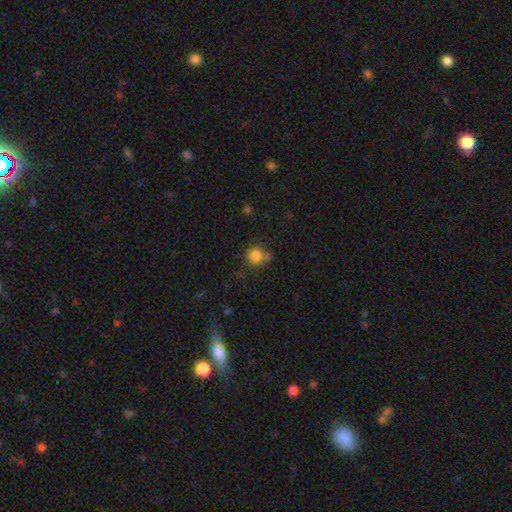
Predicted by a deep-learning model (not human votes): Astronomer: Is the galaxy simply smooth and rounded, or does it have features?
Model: smooth — 83%.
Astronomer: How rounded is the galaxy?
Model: round — 89%.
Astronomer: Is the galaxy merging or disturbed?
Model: none — 63%.